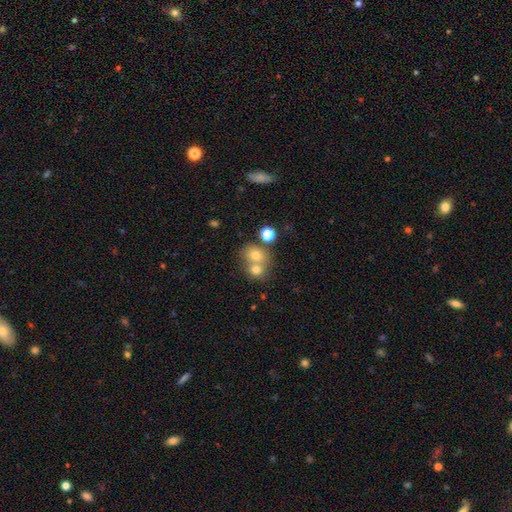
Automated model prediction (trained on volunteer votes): Smooth or featured? smooth (70%)
How rounded? round (67%)
Merging? merger (56%)